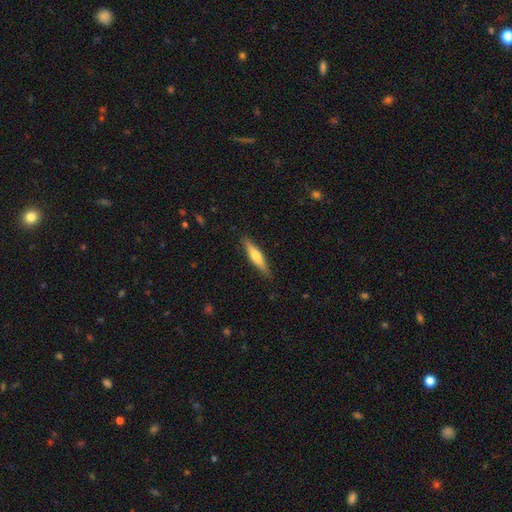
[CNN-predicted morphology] Smooth or featured? Predicted: smooth (p=0.51). How rounded? Predicted: cigar-shaped (p=0.84). Merging? Predicted: none (p=0.89).